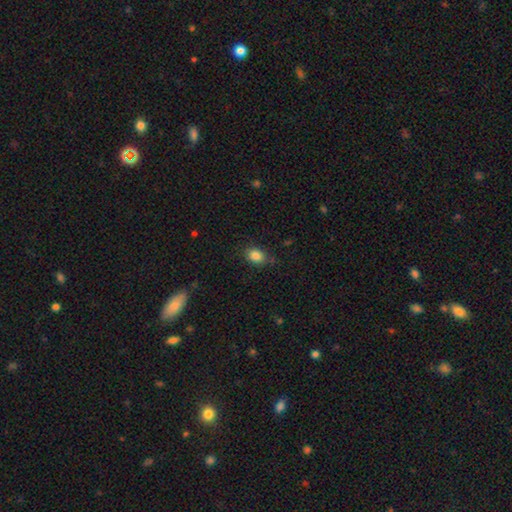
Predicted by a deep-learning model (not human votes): Smooth or featured? smooth (84%)
How rounded? in between (57%)
Merging? none (79%)